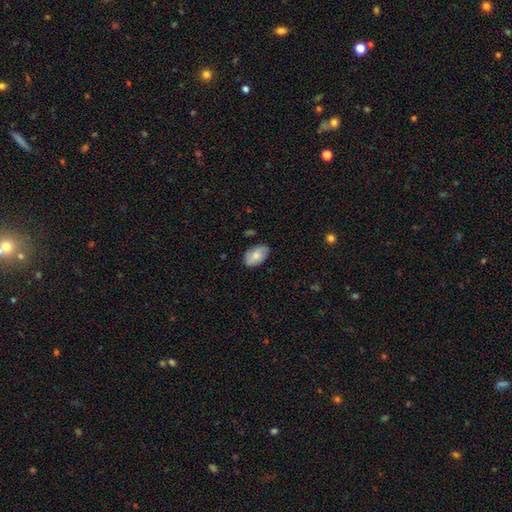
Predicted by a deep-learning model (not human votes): Smooth or featured: smooth — 75% (featured or disk — 18%)
How rounded: in between — 91% (round — 7%)
Merging: none — 79% (minor disturbance — 16%)